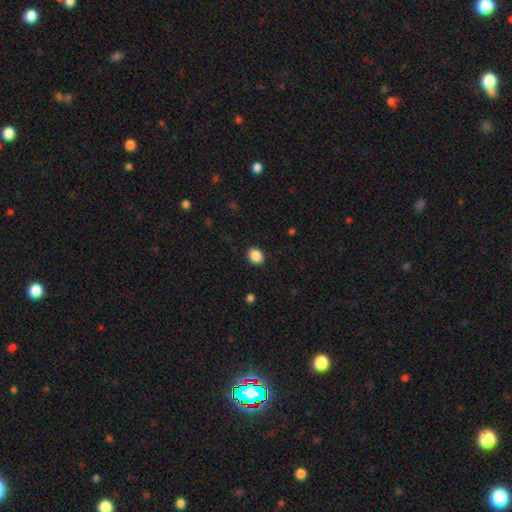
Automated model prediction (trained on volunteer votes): smooth 88%, star or artifact 9%, featured or disk 3%. Down the decision tree: how rounded — in between (50%); merging — none (90%).